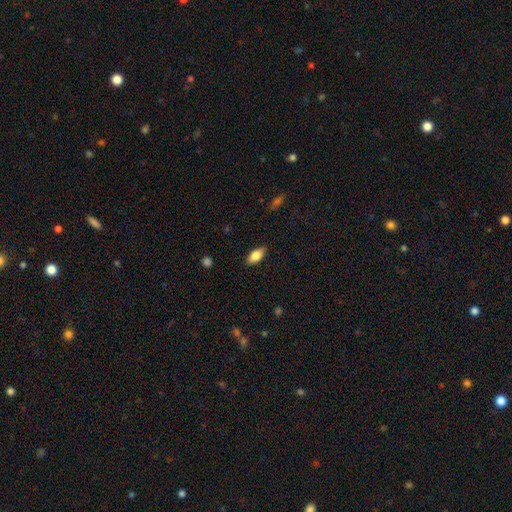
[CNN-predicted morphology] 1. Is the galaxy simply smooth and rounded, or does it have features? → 79% smooth, 14% featured or disk, 7% star or artifact.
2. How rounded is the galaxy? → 85% in between, 11% cigar-shaped, 3% round.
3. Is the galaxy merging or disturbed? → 86% none, 11% minor disturbance, 2% major disturbance, 1% merger.